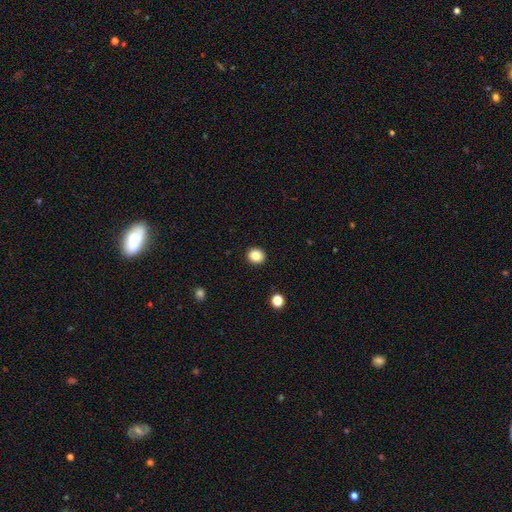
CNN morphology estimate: Smooth or featured?
  - smooth: 85% *
  - star or artifact: 10%
  - featured or disk: 5%
How rounded?
  - round: 80% *
  - in between: 20%
  - cigar-shaped: 1%
Merging?
  - none: 92% *
  - minor disturbance: 5%
  - major disturbance: 2%
  - merger: 1%